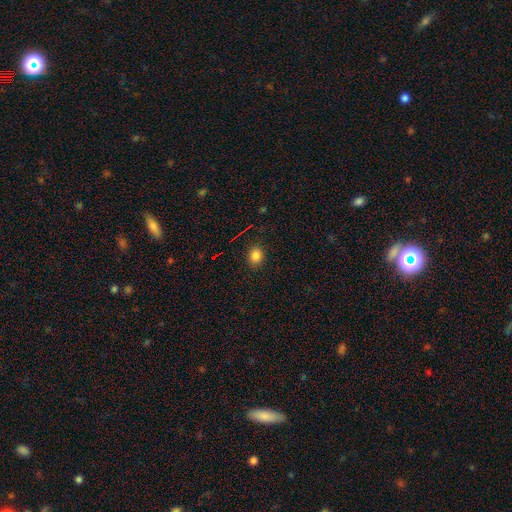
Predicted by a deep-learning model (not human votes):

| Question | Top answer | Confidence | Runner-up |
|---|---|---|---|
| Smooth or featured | smooth | 82% | star or artifact (14%) |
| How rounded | round | 65% | in between (34%) |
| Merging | none | 89% | minor disturbance (8%) |